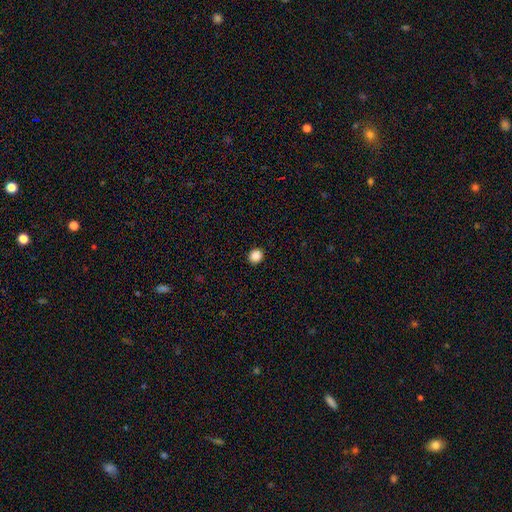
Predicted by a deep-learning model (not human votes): Smooth or featured? smooth (87%)
How rounded? round (82%)
Merging? none (93%)